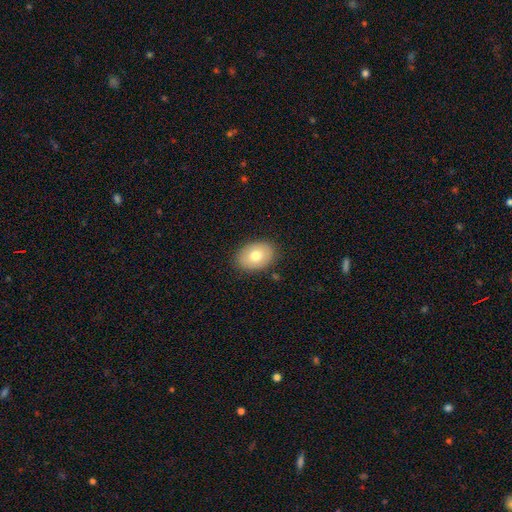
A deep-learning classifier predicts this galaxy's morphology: smooth 74%, featured or disk 18%, star or artifact 8%. Down the decision tree: how rounded — in between (79%); merging — none (86%).